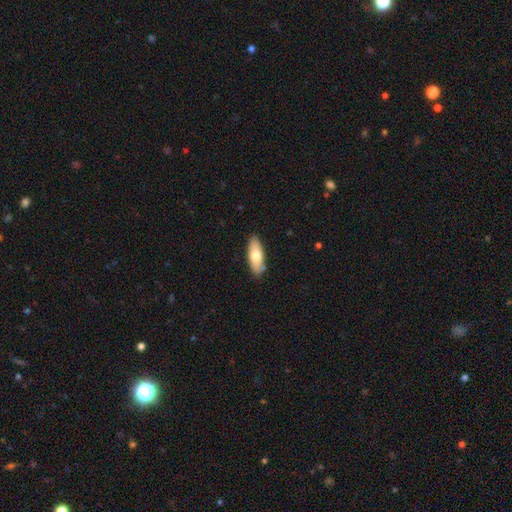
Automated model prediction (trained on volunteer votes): Smooth or featured? Predicted: smooth (p=0.70). How rounded? Predicted: in between (p=0.70). Merging? Predicted: none (p=0.86).